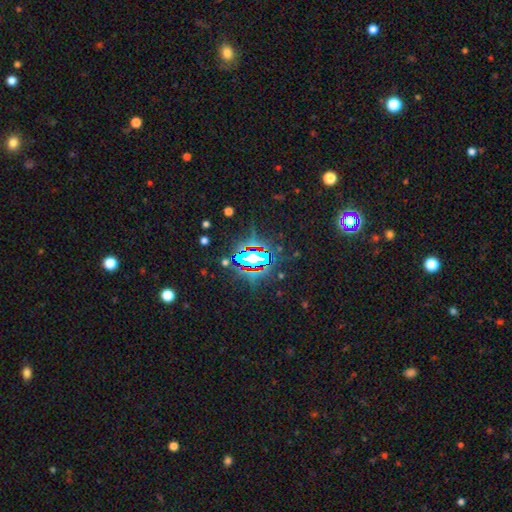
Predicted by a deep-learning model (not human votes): Smooth or featured? star or artifact (70%)